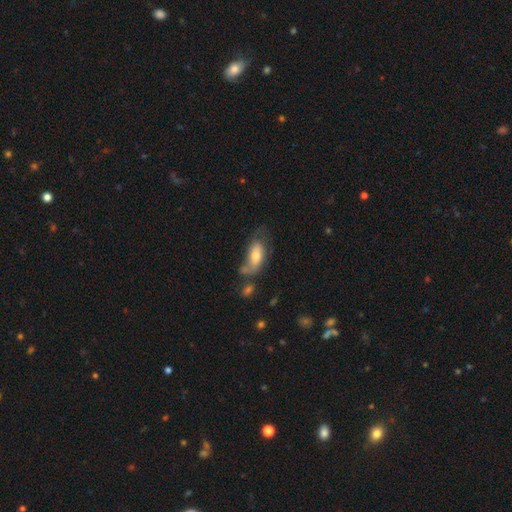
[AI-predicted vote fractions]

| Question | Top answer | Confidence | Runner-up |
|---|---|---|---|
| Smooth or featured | smooth | 59% | featured or disk (32%) |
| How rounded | in between | 83% | cigar-shaped (14%) |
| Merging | none | 37% | minor disturbance (25%) |